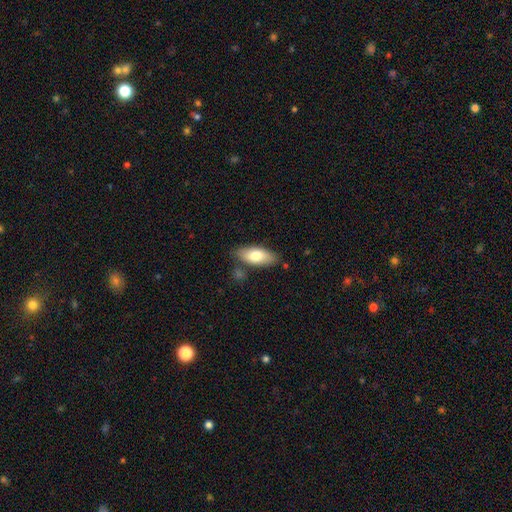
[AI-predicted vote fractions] Smooth or featured? smooth (74%)
How rounded? in between (84%)
Merging? none (78%)